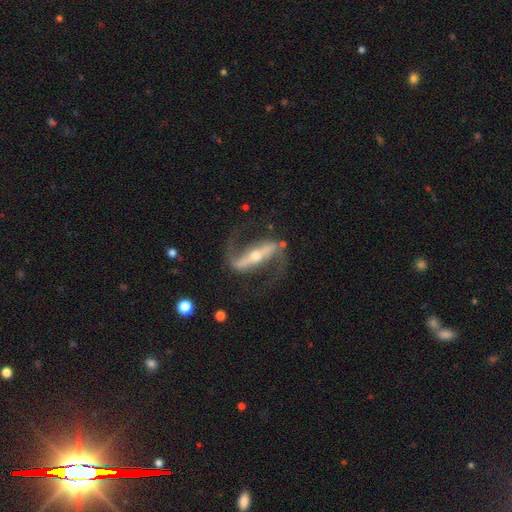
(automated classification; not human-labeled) This is clearly a featured or disk galaxy (92%). It is clearly not viewed edge-on (89%). Bar: likely strong (77%). Spiral arm pattern: clearly yes (97%). Spiral arm count: clearly 2 (94%). Spiral winding: marginally medium (45%). Central bulge: possibly small (51%). Merging: likely none (79%).